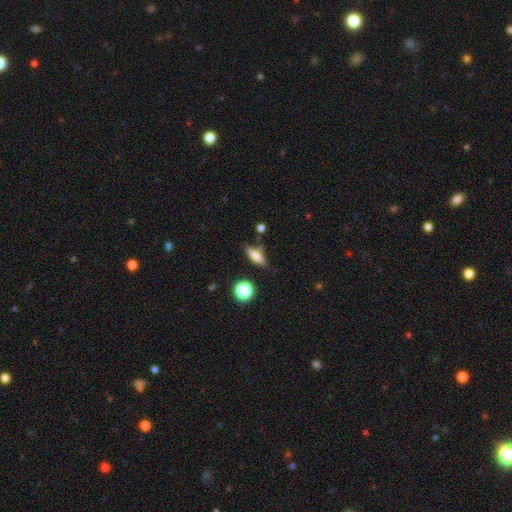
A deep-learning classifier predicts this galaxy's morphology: Smooth or featured? Predicted: smooth (p=0.70). How rounded? Predicted: in between (p=0.55). Merging? Predicted: none (p=0.68).